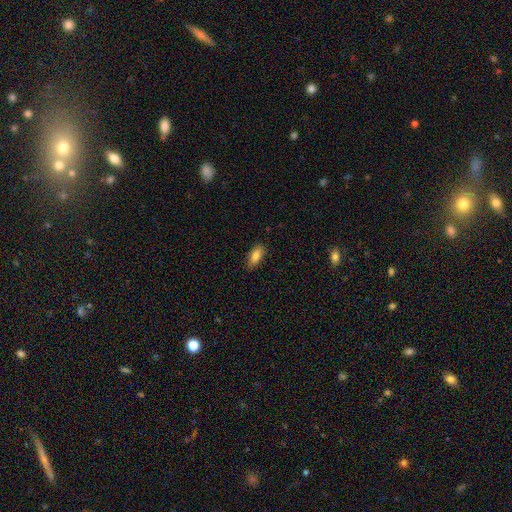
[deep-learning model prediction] This appears to be a smooth galaxy with no disk features (83%) that is in between round and cigar-shaped (82%). Merging: none (85%).